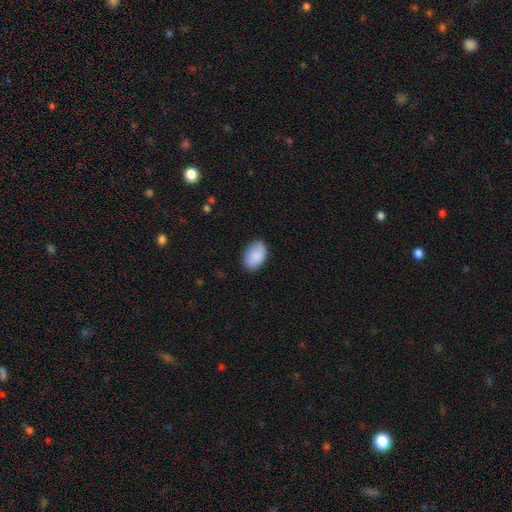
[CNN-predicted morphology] This is clearly a smooth galaxy (89%). How rounded: clearly in between (91%). Merging: clearly none (82%).